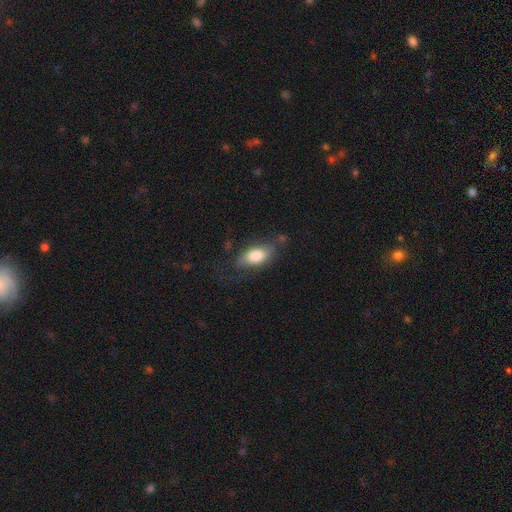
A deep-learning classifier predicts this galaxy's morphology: A smooth galaxy with no disk features (75%) that is in between round and cigar-shaped (87%).

Vote fractions:
- Smooth or featured? smooth: 75% / featured or disk: 19% / star or artifact: 6%
- How rounded? in between: 87% / cigar-shaped: 9% / round: 4%
- Merging? none: 61% / minor disturbance: 24% / major disturbance: 12% / merger: 3%